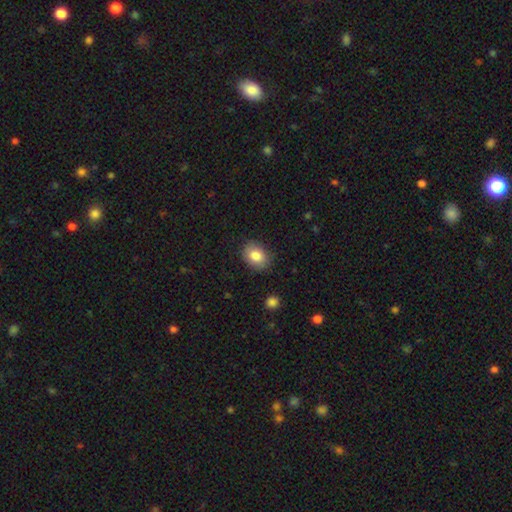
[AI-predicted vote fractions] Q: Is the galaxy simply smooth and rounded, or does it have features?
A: smooth — 83%.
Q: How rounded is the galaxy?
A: in between — 61%.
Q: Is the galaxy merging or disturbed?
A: none — 84%.